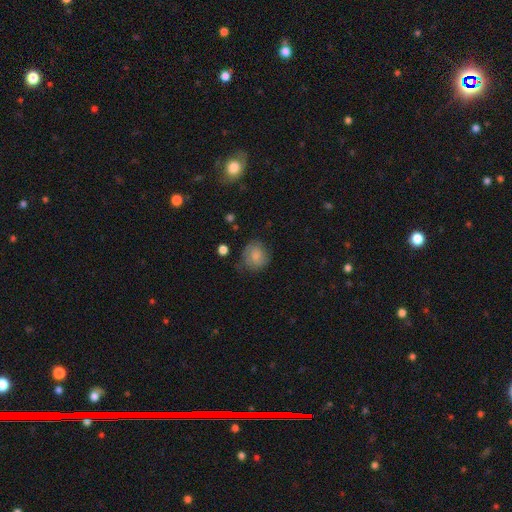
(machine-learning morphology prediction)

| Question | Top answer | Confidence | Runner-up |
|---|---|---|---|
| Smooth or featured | smooth | 73% | featured or disk (18%) |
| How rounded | round | 74% | in between (25%) |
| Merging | none | 59% | minor disturbance (27%) |